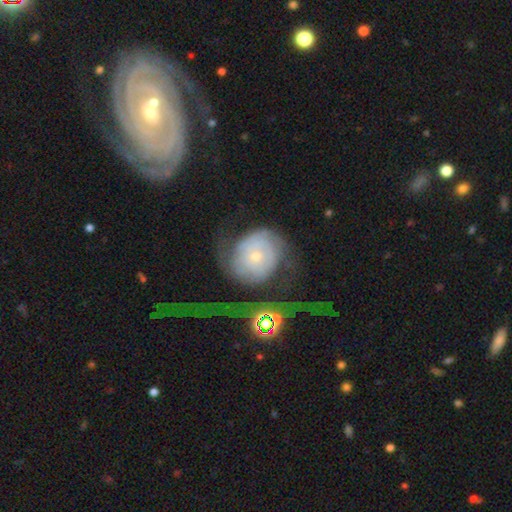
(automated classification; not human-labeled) featured or disk 72%, smooth 20%, star or artifact 8%. Down the decision tree: edge-on disk — no (96%); bar — no (81%); spiral arms — yes (85%); spiral arm count — 2 (51%); spiral winding — tight (45%); bulge size — small (76%); merging — major disturbance (38%).